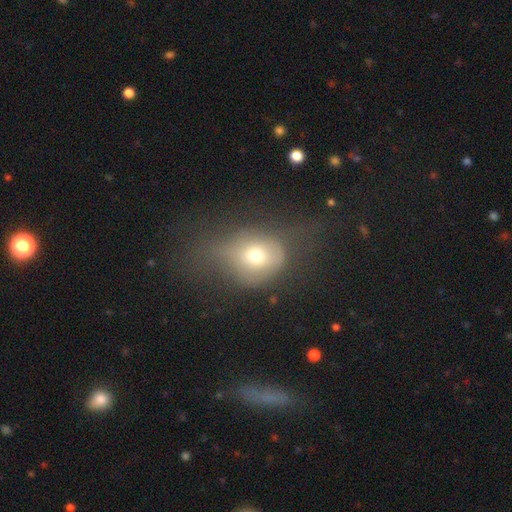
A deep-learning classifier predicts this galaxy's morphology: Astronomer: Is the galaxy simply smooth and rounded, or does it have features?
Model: smooth — 63%.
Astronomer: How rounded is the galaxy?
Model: round — 62% (runner-up: in between, 37%).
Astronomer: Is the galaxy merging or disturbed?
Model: major disturbance — 35% (runner-up: none, 34%).